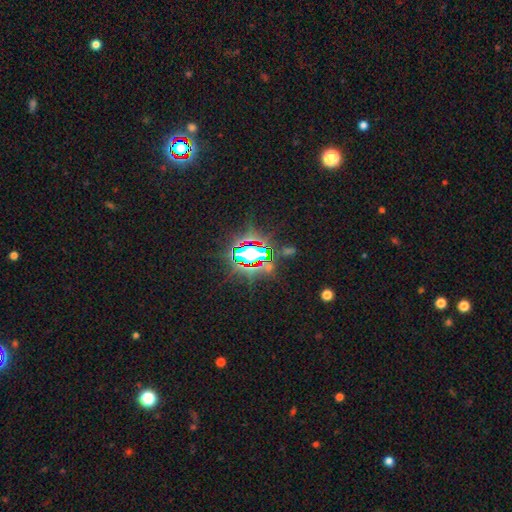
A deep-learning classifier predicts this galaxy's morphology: Smooth or featured? star or artifact (79%)